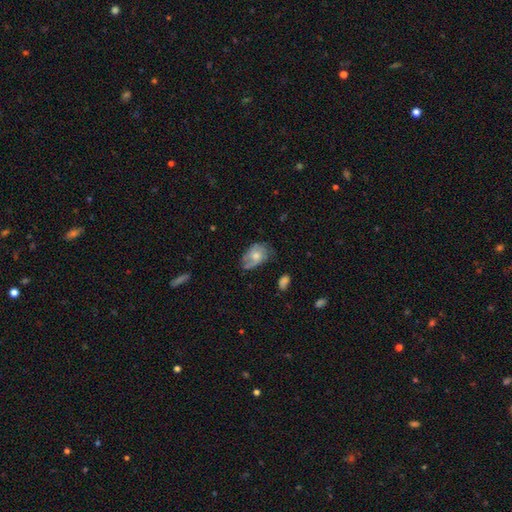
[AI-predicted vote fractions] Smooth or featured? featured or disk (48%)
Merging? none (47%)